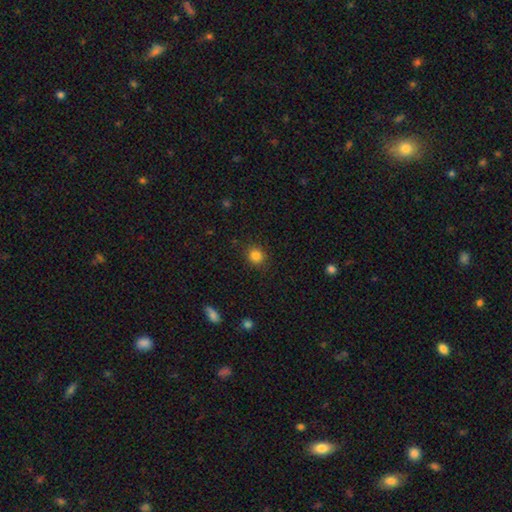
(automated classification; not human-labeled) Smooth or featured?
  - smooth: 84% *
  - star or artifact: 11%
  - featured or disk: 5%
How rounded?
  - round: 86% *
  - in between: 13%
  - cigar-shaped: 1%
Merging?
  - none: 88% *
  - minor disturbance: 8%
  - major disturbance: 2%
  - merger: 1%